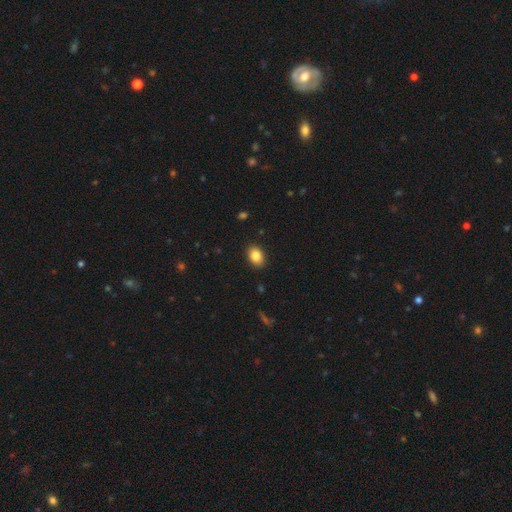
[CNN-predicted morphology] Smooth or featured: smooth — 86% (star or artifact — 8%)
How rounded: in between — 78% (round — 21%)
Merging: none — 88% (minor disturbance — 9%)